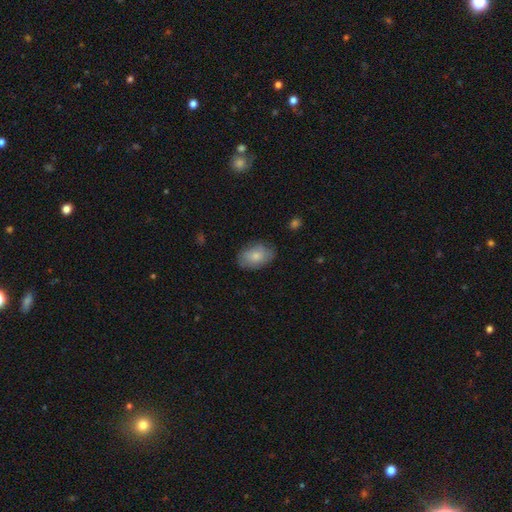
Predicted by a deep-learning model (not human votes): smooth 79%, featured or disk 15%, star or artifact 6%. Down the decision tree: how rounded — in between (87%); merging — none (80%).